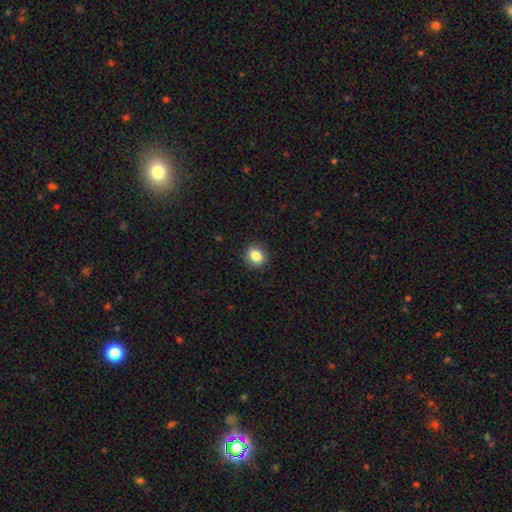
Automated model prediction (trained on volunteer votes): This appears to be a smooth galaxy with no disk features (86%) that is round (62%). Merging: none (90%).